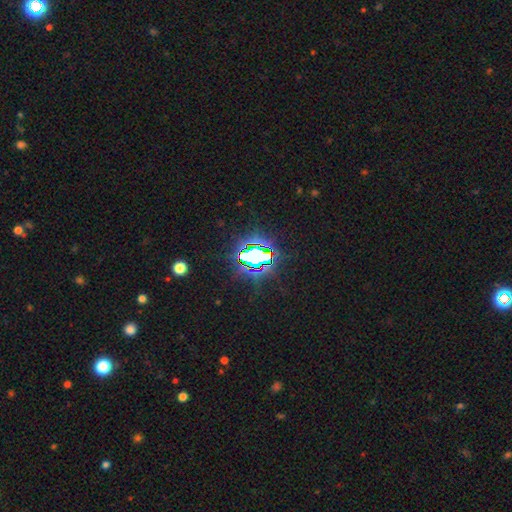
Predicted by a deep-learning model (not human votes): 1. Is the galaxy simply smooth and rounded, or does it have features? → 73% star or artifact, 16% smooth, 11% featured or disk.